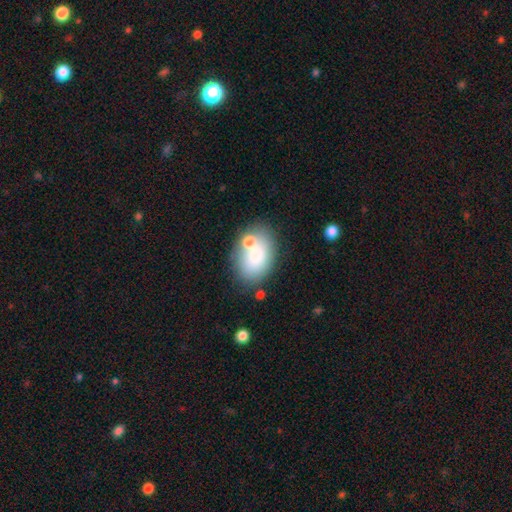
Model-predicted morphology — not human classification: Smooth or featured? Predicted: smooth (p=0.74). How rounded? Predicted: in between (p=0.81). Merging? Predicted: none (p=0.57).